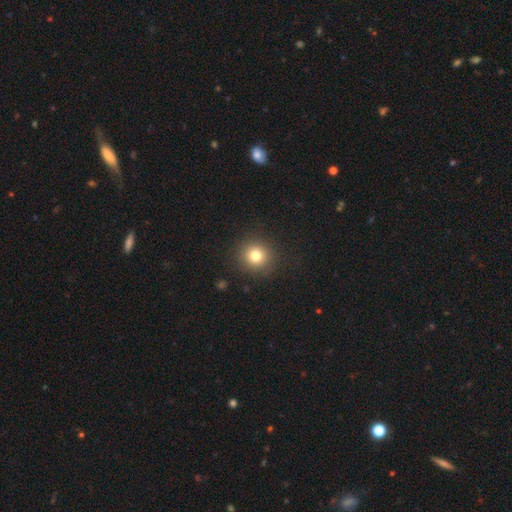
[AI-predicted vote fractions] This appears to be a smooth galaxy with no disk features (79%) that is round (93%). Merging: none (90%).